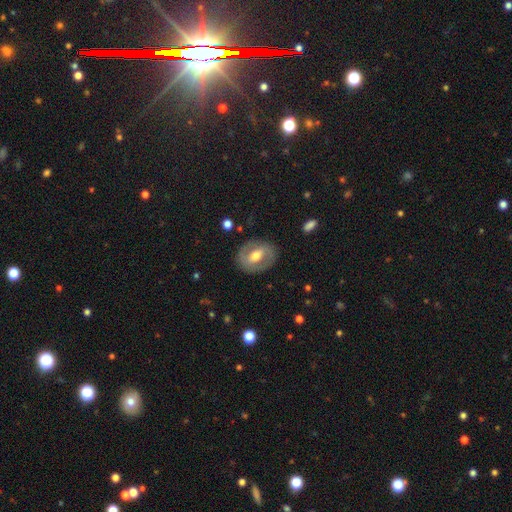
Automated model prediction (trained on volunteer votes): This appears to be a featured or disk galaxy (64%) with a weak bar (42%), spiral arms (59%) and a moderate central bulge (71%). Merging: none (83%).